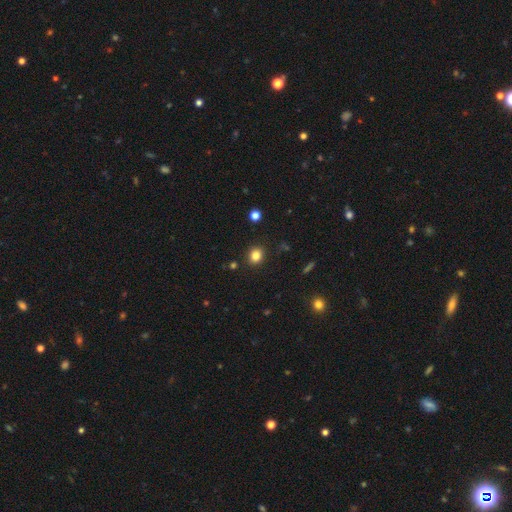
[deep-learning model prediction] Smooth or featured? smooth (83%)
How rounded? round (72%)
Merging? none (89%)